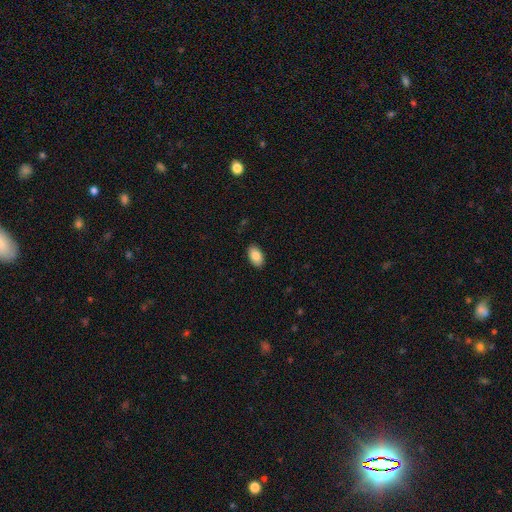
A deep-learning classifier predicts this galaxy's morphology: Smooth or featured? smooth (85%)
How rounded? in between (94%)
Merging? none (90%)